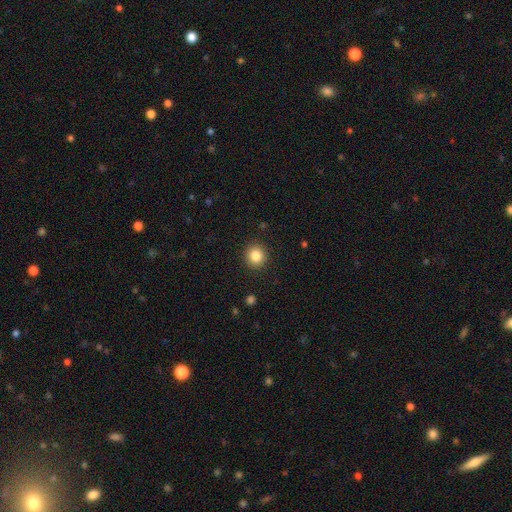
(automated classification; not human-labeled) Smooth or featured?
  - smooth: 84% *
  - star or artifact: 10%
  - featured or disk: 5%
How rounded?
  - round: 91% *
  - in between: 9%
  - cigar-shaped: 1%
Merging?
  - none: 91% *
  - minor disturbance: 6%
  - major disturbance: 2%
  - merger: 1%